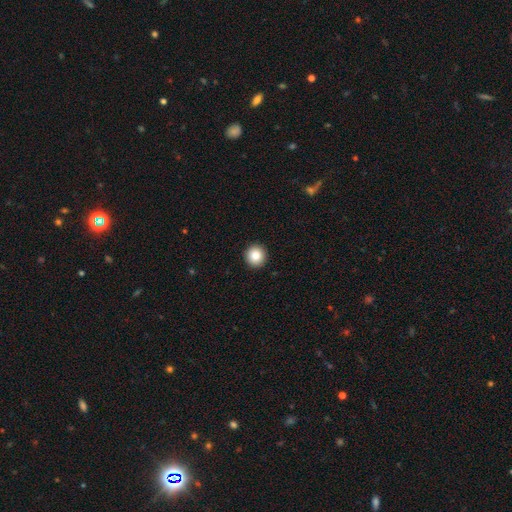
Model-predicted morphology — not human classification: The model was most divided on "smooth or featured": smooth: 85%, star or artifact: 9%, featured or disk: 6%. More confident: how rounded — round (94%); merging — none (94%).